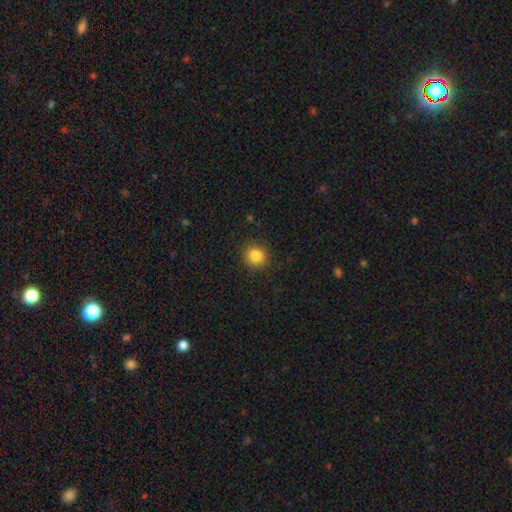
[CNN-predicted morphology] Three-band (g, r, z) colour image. It shows a smooth galaxy with no disk features (85%) that is round (87%). Merging: none (90%).